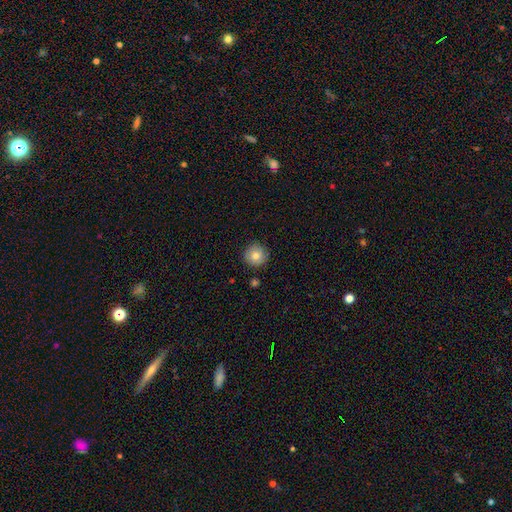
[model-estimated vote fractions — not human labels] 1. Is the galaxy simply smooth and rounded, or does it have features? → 79% smooth, 12% featured or disk, 9% star or artifact.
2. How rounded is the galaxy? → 95% round, 4% in between, 1% cigar-shaped.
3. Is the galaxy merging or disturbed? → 87% none, 9% minor disturbance, 2% major disturbance, 2% merger.